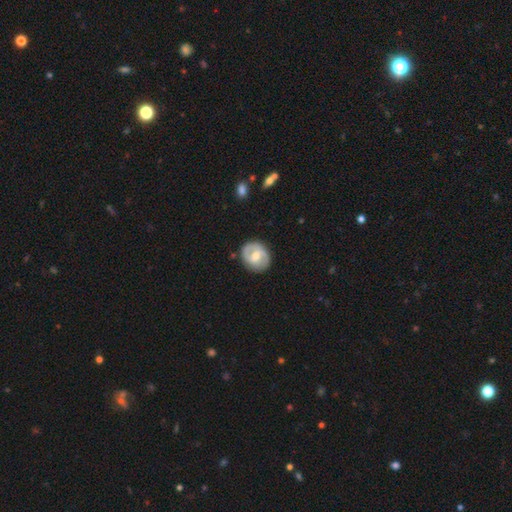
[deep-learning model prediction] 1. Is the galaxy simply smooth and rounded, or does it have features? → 71% featured or disk, 24% smooth, 5% star or artifact.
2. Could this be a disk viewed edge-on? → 97% no, 3% yes.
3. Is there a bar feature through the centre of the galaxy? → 52% weak, 29% no, 19% strong.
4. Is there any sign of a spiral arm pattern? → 84% yes, 16% no.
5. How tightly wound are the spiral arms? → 46% medium, 37% tight, 17% loose.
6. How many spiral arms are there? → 86% 2, 8% can't tell, 3% 1, 2% 3, 1% 4, 1% more than 4.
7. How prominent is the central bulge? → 65% moderate, 28% small, 4% large, 2% none, 1% dominant.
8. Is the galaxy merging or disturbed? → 84% none, 12% minor disturbance, 3% major disturbance, 1% merger.